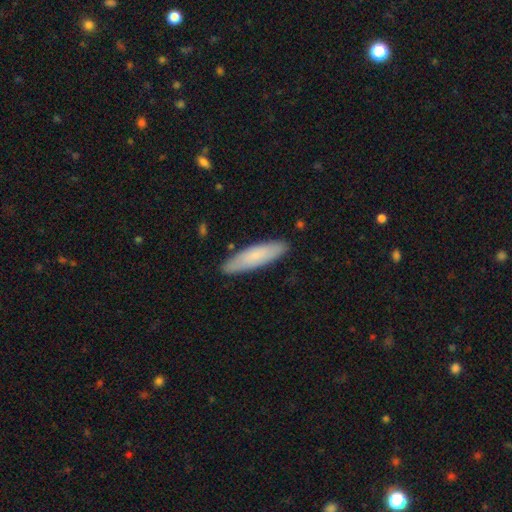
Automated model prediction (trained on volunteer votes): Overall: smooth (75%). How rounded: cigar-shaped (69%). Merging: none (87%).